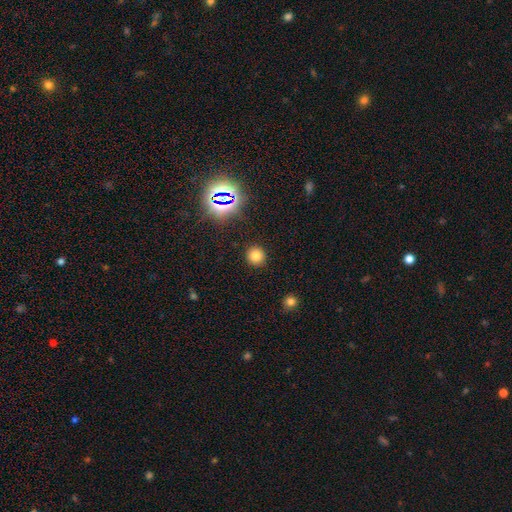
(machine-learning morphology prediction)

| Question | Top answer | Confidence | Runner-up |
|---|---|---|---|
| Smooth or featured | smooth | 76% | star or artifact (18%) |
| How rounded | round | 92% | in between (7%) |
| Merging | none | 90% | minor disturbance (6%) |